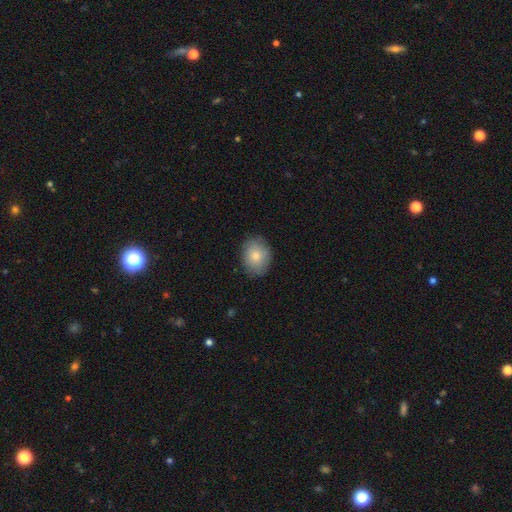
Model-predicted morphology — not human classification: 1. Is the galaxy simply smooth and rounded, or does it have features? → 80% smooth, 13% featured or disk, 7% star or artifact.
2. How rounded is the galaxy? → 64% in between, 35% round, 1% cigar-shaped.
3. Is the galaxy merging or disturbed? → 82% none, 14% minor disturbance, 3% major disturbance, 1% merger.